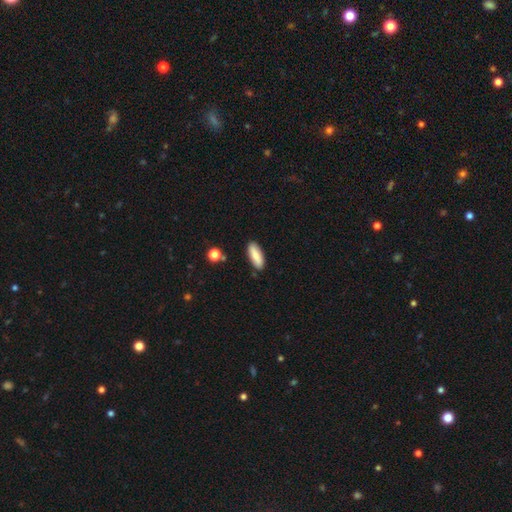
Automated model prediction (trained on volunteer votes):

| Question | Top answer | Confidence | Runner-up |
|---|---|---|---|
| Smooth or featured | smooth | 80% | featured or disk (13%) |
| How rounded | in between | 63% | cigar-shaped (35%) |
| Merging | none | 86% | minor disturbance (10%) |